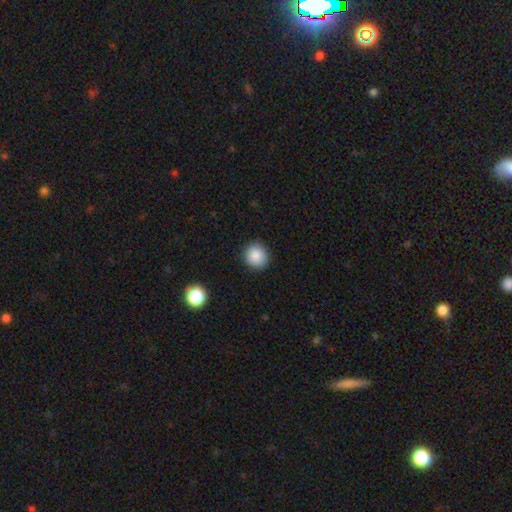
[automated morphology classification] Q: Smooth or featured?
A: smooth (87%); runner-up: star or artifact (9%)
Q: How rounded?
A: round (90%); runner-up: in between (9%)
Q: Merging?
A: none (90%); runner-up: minor disturbance (7%)